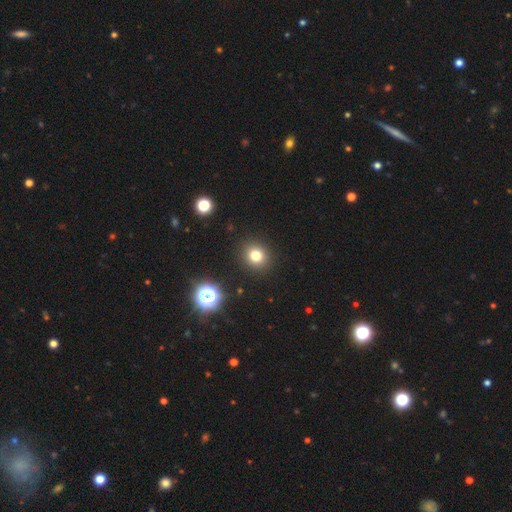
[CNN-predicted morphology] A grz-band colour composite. It shows a smooth galaxy with no disk features (78%) that is round (87%). Merging: none (91%).